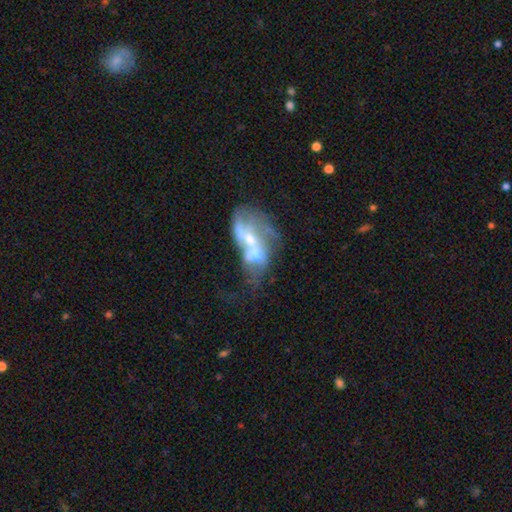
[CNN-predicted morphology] Smooth or featured? Predicted: featured or disk (p=0.60). Edge-on disk? Predicted: no (p=0.96). Bar? Predicted: no (p=0.78). Spiral arms? Predicted: no (p=0.76). Bulge size? Predicted: moderate (p=0.48). Merging? Predicted: merger (p=0.57).